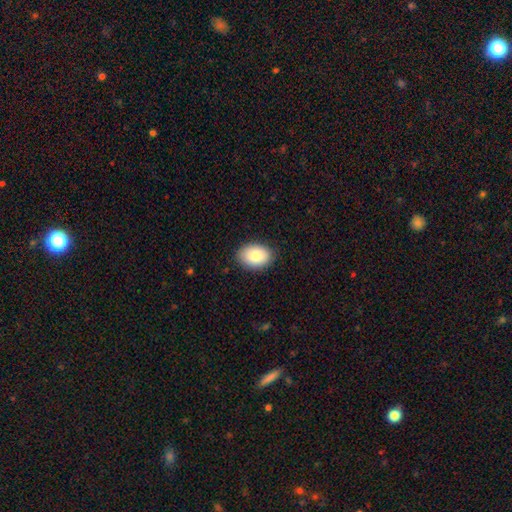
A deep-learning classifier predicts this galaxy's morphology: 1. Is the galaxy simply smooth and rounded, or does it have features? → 86% smooth, 7% featured or disk, 7% star or artifact.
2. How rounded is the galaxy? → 85% in between, 14% round, 1% cigar-shaped.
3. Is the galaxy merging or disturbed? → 87% none, 10% minor disturbance, 2% major disturbance, 1% merger.